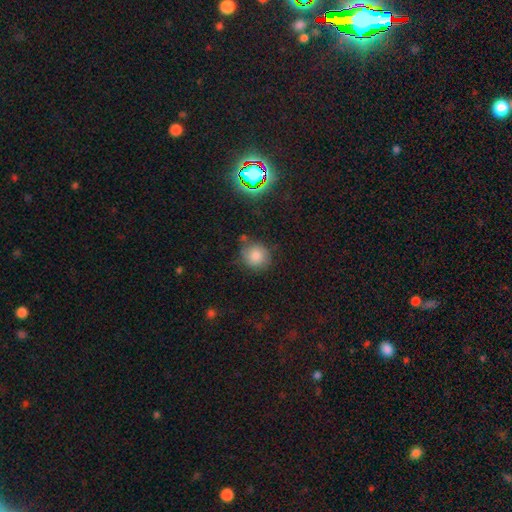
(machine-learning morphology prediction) smooth_or_featured: smooth (p=0.77) [alt: star or artifact p=0.14]
how_rounded: round (p=0.85) [alt: in between p=0.13]
merging: none (p=0.72) [alt: minor disturbance p=0.18]